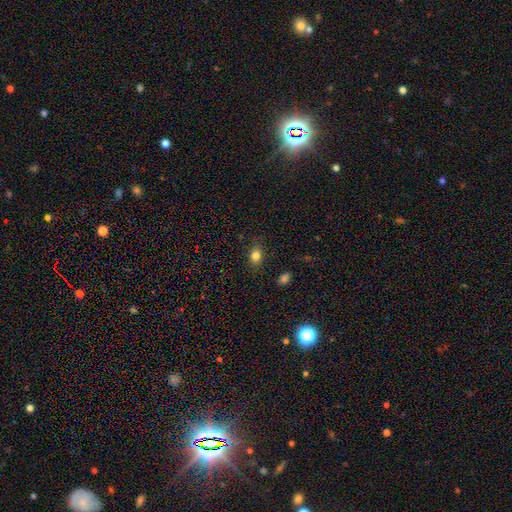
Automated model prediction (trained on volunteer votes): Morphology: type=smooth (82%); roundness=in between (70%); merging=none (81%).